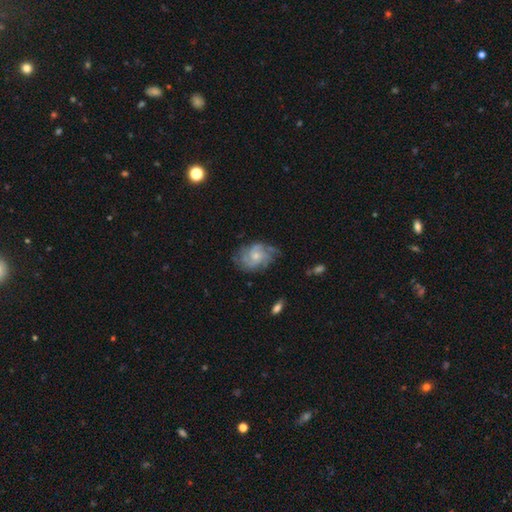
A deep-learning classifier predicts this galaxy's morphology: Q: Smooth or featured?
A: featured or disk (78%); runner-up: smooth (15%)
Q: Edge-on disk?
A: no (97%); runner-up: yes (3%)
Q: Bar?
A: no (74%); runner-up: weak (24%)
Q: Spiral arms?
A: yes (93%); runner-up: no (7%)
Q: Spiral winding?
A: tight (49%); runner-up: medium (38%)
Q: Spiral arm count?
A: can't tell (33%); runner-up: 3 (21%)
Q: Bulge size?
A: small (54%); runner-up: moderate (39%)
Q: Merging?
A: none (66%); runner-up: minor disturbance (22%)